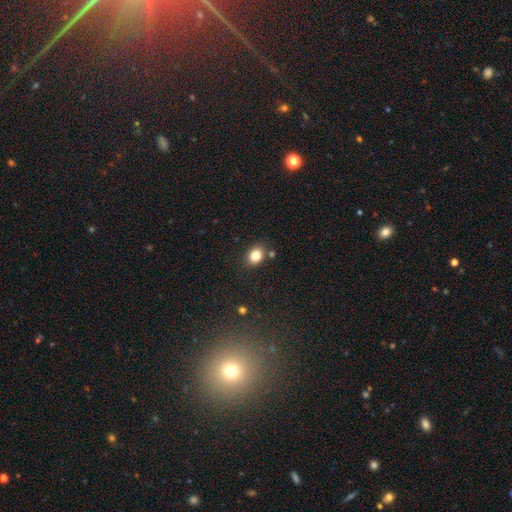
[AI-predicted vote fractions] smooth 82%, star or artifact 11%, featured or disk 7%. Down the decision tree: how rounded — round (50%); merging — none (80%).